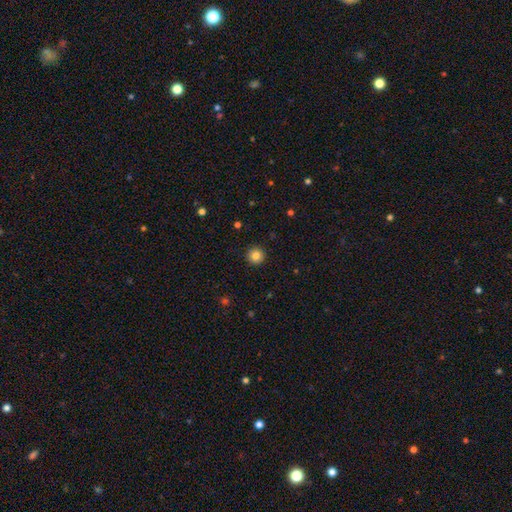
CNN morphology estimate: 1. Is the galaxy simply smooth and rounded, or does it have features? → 84% smooth, 10% star or artifact, 5% featured or disk.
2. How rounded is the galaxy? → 96% round, 3% in between, 1% cigar-shaped.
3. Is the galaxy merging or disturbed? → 93% none, 5% minor disturbance, 2% major disturbance, 1% merger.